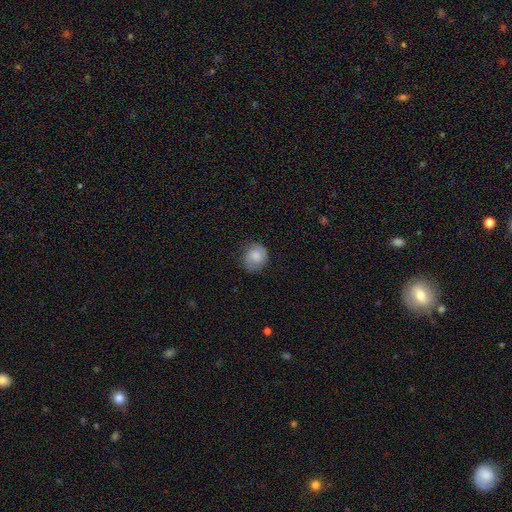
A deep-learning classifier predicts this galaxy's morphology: This is possibly a smooth galaxy (57%). How rounded: likely round (73%). Merging: likely none (73%).